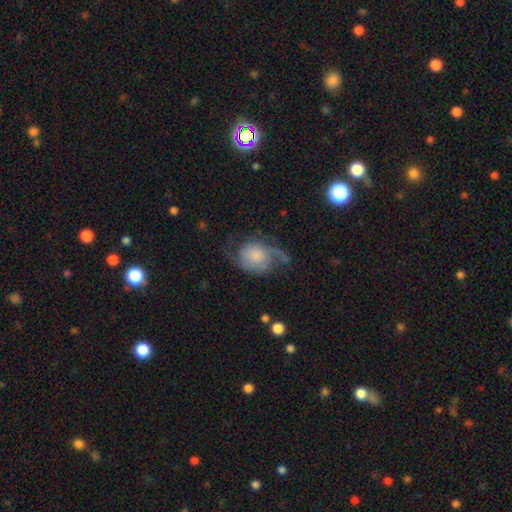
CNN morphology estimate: smooth-or-featured: featured or disk: 68% | smooth: 25% | star or artifact: 7%
  disk-edge-on: no: 97% | yes: 3%
    bar: no: 74% | weak: 22% | strong: 3%
    has-spiral-arms: yes: 90% | no: 10%
      spiral-winding: loose: 49% | medium: 38% | tight: 13%
      spiral-arm-count: 2: 81% | 1: 8% | can't tell: 5% | 3: 2% | 4: 1% | more than 4: 1%
    bulge-size: moderate: 26% | large: 25% | small: 22% | none: 20% | dominant: 7%
  merging: none: 49% | major disturbance: 24% | minor disturbance: 24% | merger: 2%